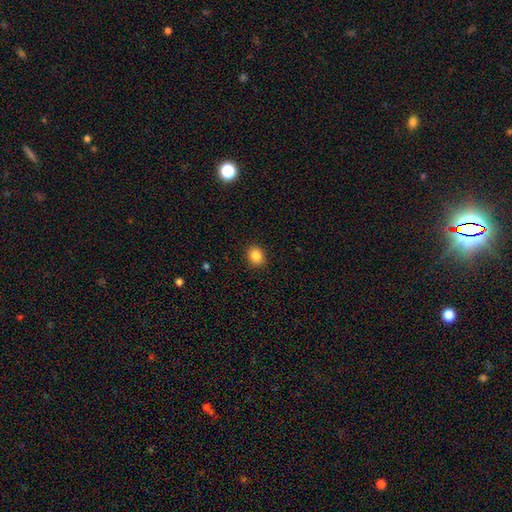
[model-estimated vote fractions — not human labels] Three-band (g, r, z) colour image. It shows a smooth galaxy with no disk features (86%) that is round (59%). Merging: none (90%).